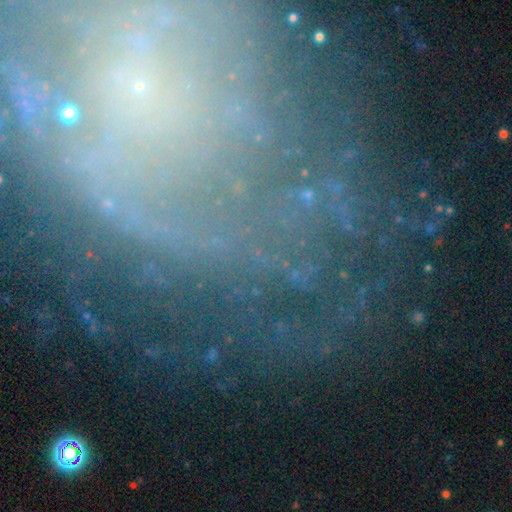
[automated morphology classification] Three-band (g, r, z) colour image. It shows a featured or disk galaxy (52%). Merging: none (67%).